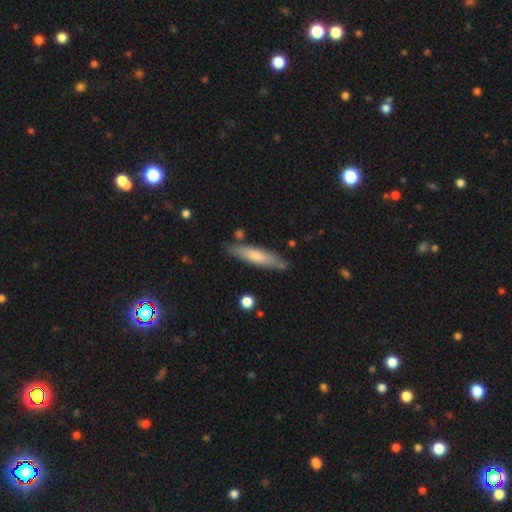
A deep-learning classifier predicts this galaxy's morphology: This is likely a smooth galaxy (63%). How rounded: likely cigar-shaped (80%). Merging: clearly none (81%).